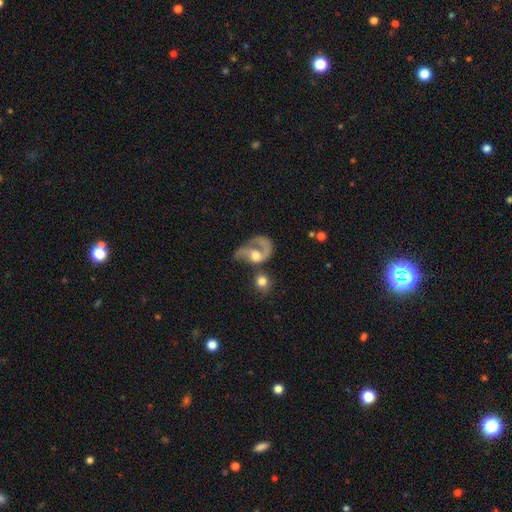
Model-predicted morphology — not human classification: The model was most divided on "spiral winding": loose: 47%, medium: 40%, tight: 14%. Remaining: edge-on disk — no (97%); spiral arms — yes (85%); smooth or featured — featured or disk (75%); bar — no (65%); bulge size — moderate (64%); spiral arm count — 2 (49%); merging — major disturbance (35%).